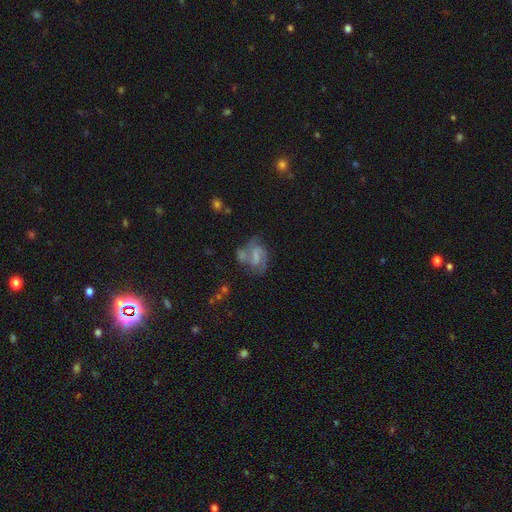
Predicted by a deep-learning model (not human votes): Morphology: type=featured or disk (62%); edge-on=no (97%); bar=weak (45%); spiral arms=yes (80%); bulge=none (44%); merging=none (40%).